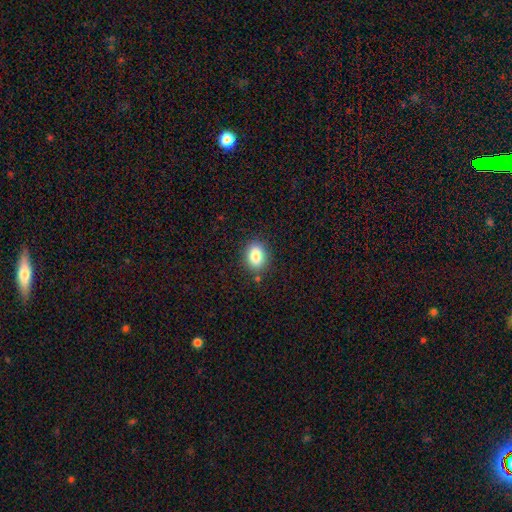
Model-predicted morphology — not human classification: smooth_or_featured: smooth (p=0.84) [alt: star or artifact p=0.09]
how_rounded: in between (p=0.69) [alt: round p=0.29]
merging: none (p=0.84) [alt: minor disturbance p=0.10]